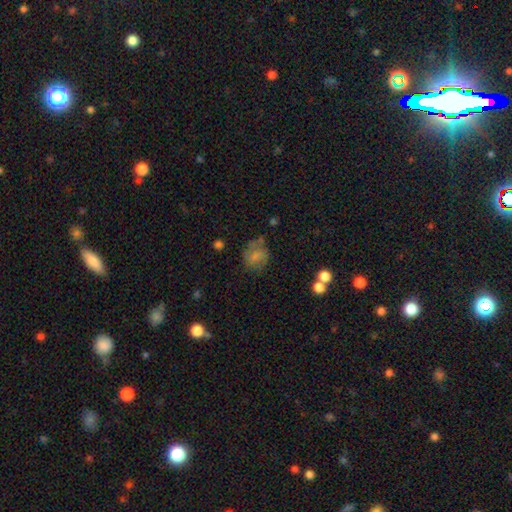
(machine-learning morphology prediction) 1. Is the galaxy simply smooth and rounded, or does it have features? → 61% smooth, 29% featured or disk, 10% star or artifact.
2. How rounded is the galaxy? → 63% round, 36% in between, 1% cigar-shaped.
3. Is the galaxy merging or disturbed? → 56% none, 26% minor disturbance, 14% major disturbance, 4% merger.